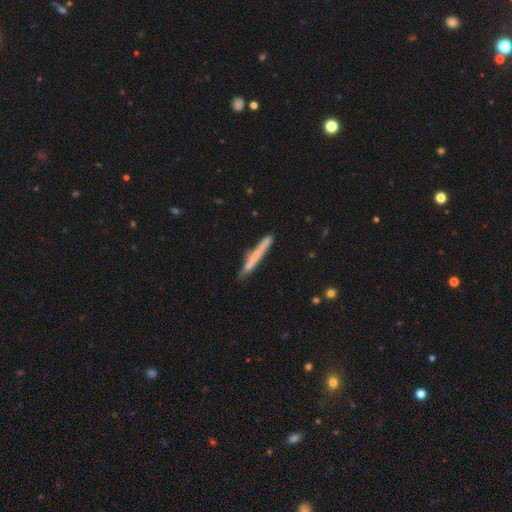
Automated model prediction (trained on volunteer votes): This is possibly a smooth galaxy (55%). How rounded: clearly cigar-shaped (96%). Merging: likely none (79%).